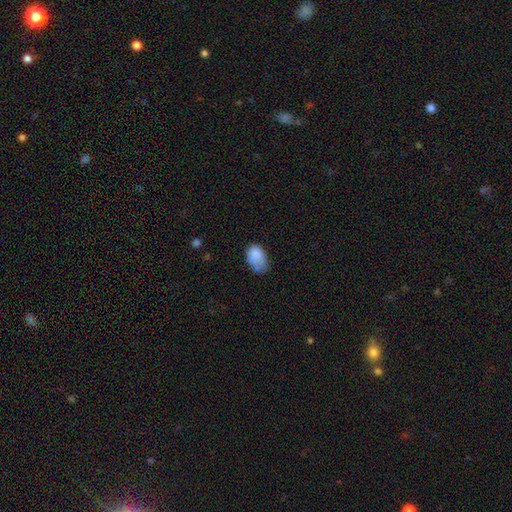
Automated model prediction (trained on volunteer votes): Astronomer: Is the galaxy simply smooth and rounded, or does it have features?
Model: smooth — 81%.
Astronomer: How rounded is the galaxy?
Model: in between — 87%.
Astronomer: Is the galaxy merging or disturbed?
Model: none — 40%, tied with minor disturbance at 40%.